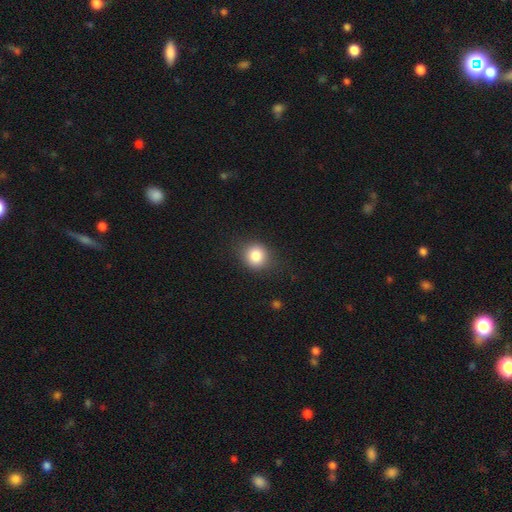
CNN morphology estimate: smooth_or_featured: smooth (p=0.84) [alt: star or artifact p=0.10]
how_rounded: round (p=0.79) [alt: in between p=0.21]
merging: none (p=0.81) [alt: minor disturbance p=0.14]